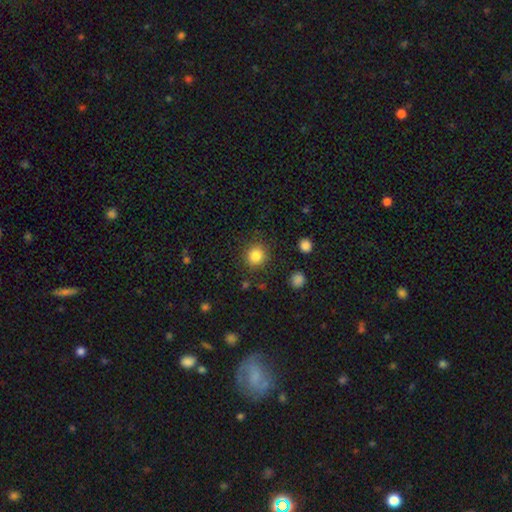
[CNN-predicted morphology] Smooth or featured? Predicted: smooth (p=0.84). How rounded? Predicted: round (p=0.89). Merging? Predicted: none (p=0.86).